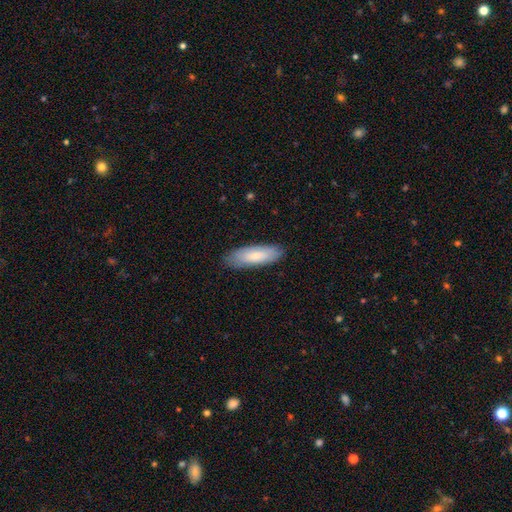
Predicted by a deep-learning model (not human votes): smooth_or_featured: smooth (p=0.76) [alt: featured or disk p=0.19]
how_rounded: in between (p=0.57) [alt: cigar-shaped p=0.41]
merging: none (p=0.84) [alt: minor disturbance p=0.13]